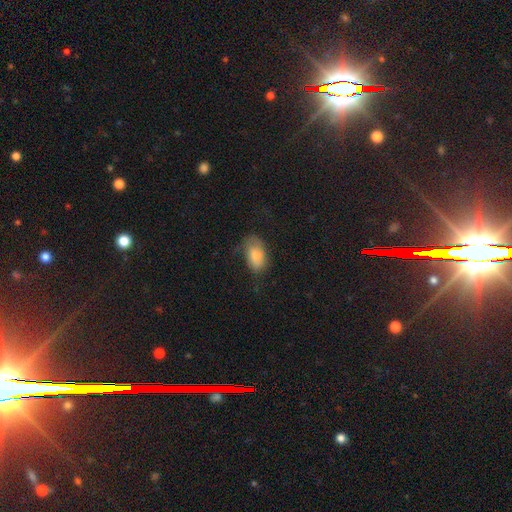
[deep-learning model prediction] smooth-or-featured: smooth: 79% | featured or disk: 13% | star or artifact: 7%
  how-rounded: in between: 93% | round: 6% | cigar-shaped: 2%
  merging: none: 53% | minor disturbance: 30% | major disturbance: 15% | merger: 2%